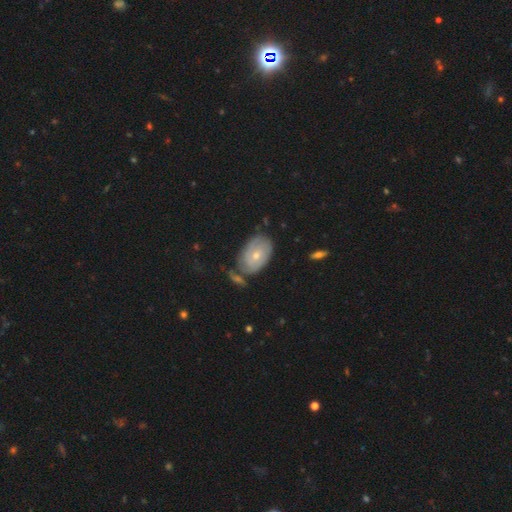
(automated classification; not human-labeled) Smooth or featured? Predicted: featured or disk (p=0.48). Merging? Predicted: none (p=0.60).